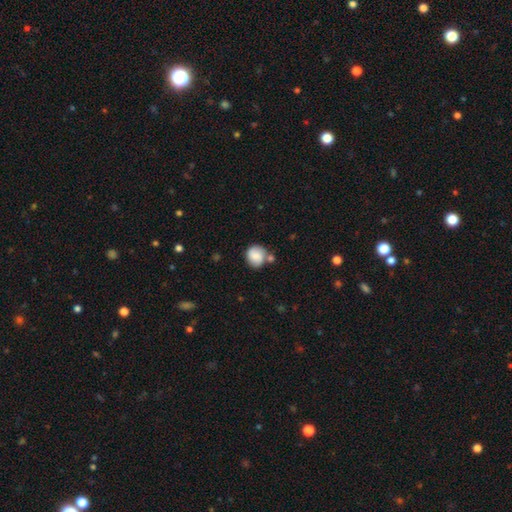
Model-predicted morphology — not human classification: Overall: smooth (78%). How rounded: round (81%). Merging: none (55%; merger 21%).